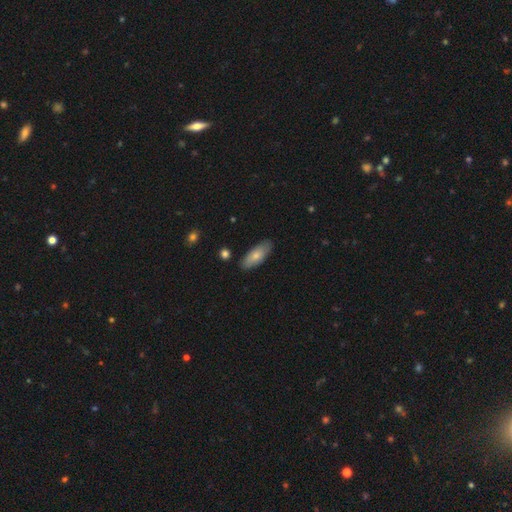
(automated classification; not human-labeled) Smooth or featured? Predicted: smooth (p=0.75). How rounded? Predicted: in between (p=0.79). Merging? Predicted: none (p=0.84).